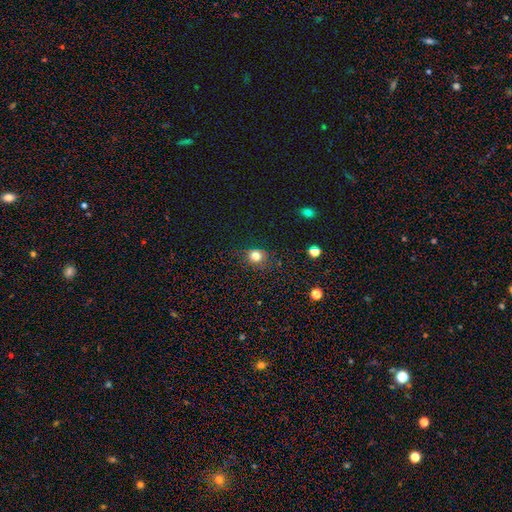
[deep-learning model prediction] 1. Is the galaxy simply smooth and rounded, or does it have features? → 79% smooth, 15% star or artifact, 6% featured or disk.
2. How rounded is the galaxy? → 84% round, 15% in between, 1% cigar-shaped.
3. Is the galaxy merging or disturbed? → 86% none, 10% minor disturbance, 3% major disturbance, 1% merger.